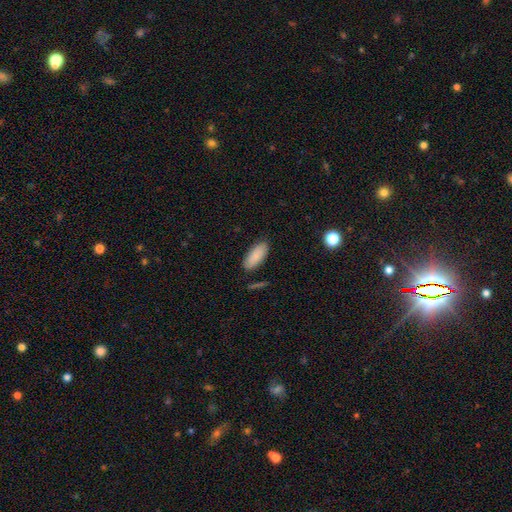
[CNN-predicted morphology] A smooth galaxy with no disk features (85%) that is in between round and cigar-shaped (86%).

Vote fractions:
- Smooth or featured? smooth: 85% / featured or disk: 9% / star or artifact: 6%
- How rounded? in between: 86% / cigar-shaped: 12% / round: 2%
- Merging? none: 83% / minor disturbance: 13% / major disturbance: 3% / merger: 2%